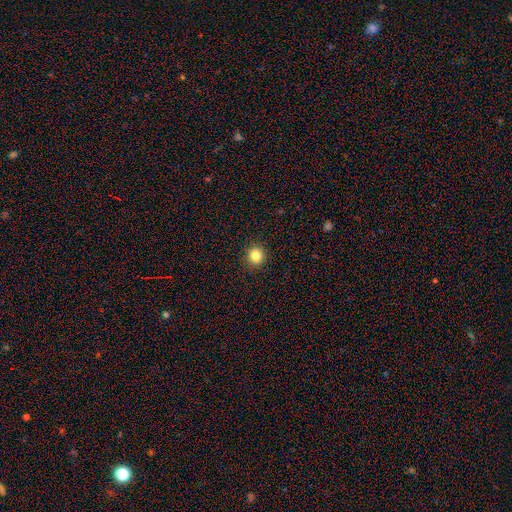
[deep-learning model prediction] The model was most divided on "smooth or featured": smooth: 83%, star or artifact: 12%, featured or disk: 5%. More confident: merging — none (92%); how rounded — round (92%).